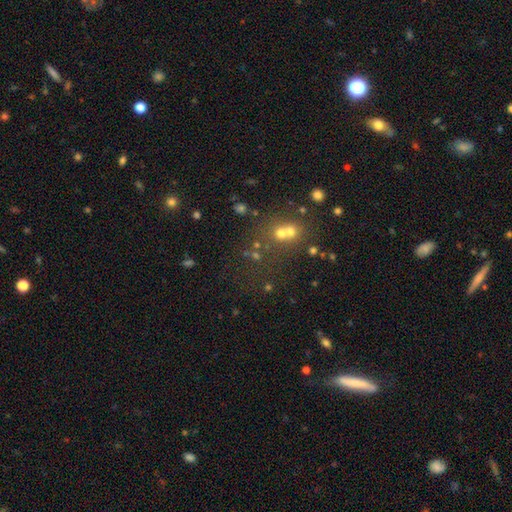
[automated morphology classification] smooth_or_featured: smooth (p=0.46) [alt: star or artifact p=0.39]
merging: none (p=0.51) [alt: merger p=0.37]